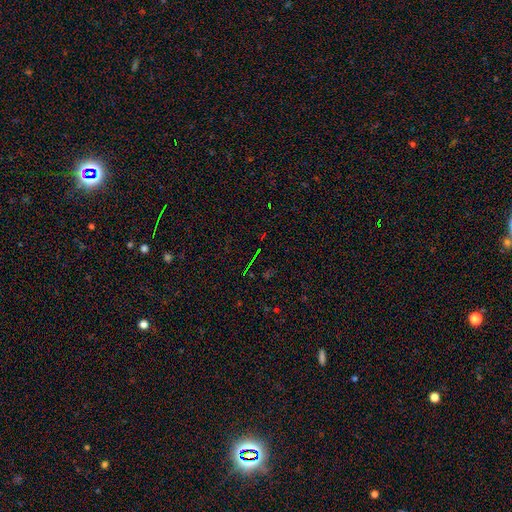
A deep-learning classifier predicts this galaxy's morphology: This appears to be a star or artifact, not a galaxy (75%).